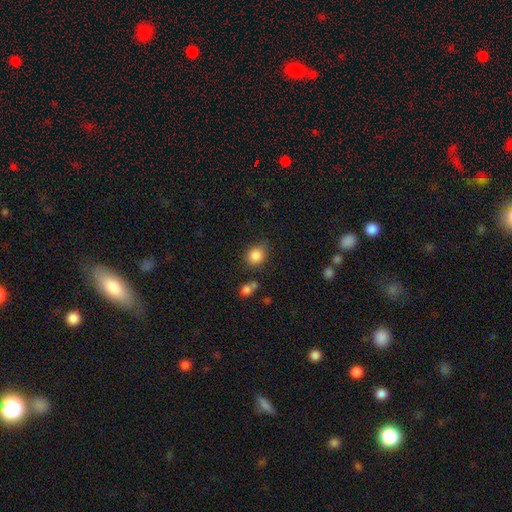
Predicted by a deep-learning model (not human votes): The model was most divided on "how rounded": round: 70%, in between: 29%, cigar-shaped: 1%. More confident: smooth or featured — smooth (86%); merging — none (71%).